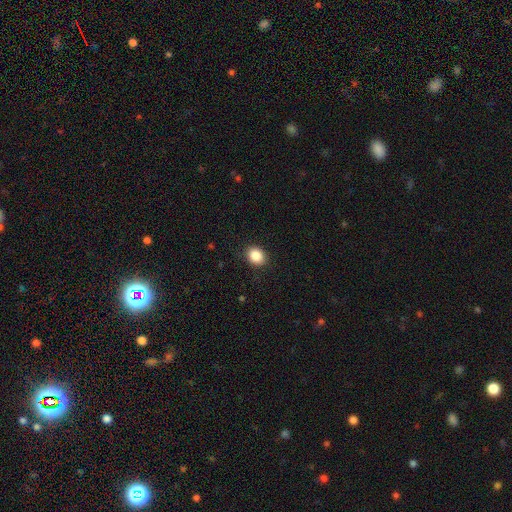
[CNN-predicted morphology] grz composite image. It shows a smooth galaxy with no disk features (88%) that is in between round and cigar-shaped (50%). Merging: none (89%).